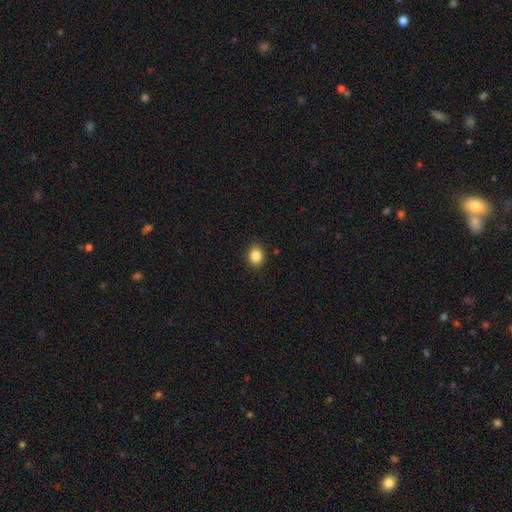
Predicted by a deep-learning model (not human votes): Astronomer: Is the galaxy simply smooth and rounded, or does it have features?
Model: smooth — 86%.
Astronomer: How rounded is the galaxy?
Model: round — 52% (runner-up: in between, 47%).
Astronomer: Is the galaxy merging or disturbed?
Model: none — 89%.